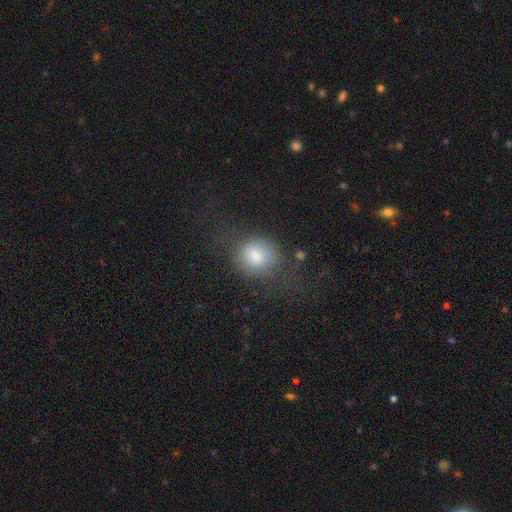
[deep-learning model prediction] This appears to be a smooth galaxy with no disk features (77%) that is round (61%). Merging: none (53%).